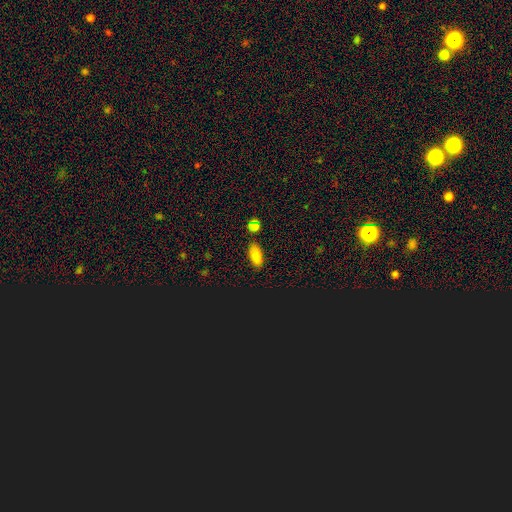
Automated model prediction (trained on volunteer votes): Smooth or featured?
  - smooth: 82% *
  - star or artifact: 14%
  - featured or disk: 5%
How rounded?
  - in between: 82% *
  - cigar-shaped: 14%
  - round: 4%
Merging?
  - none: 83% *
  - minor disturbance: 10%
  - merger: 4%
  - major disturbance: 3%